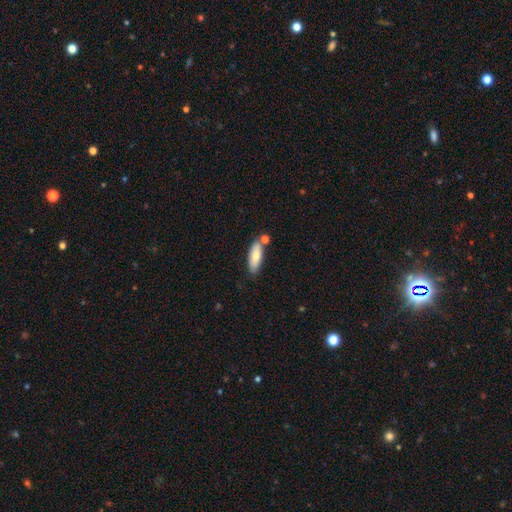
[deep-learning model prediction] Q: Smooth or featured?
A: smooth (74%); runner-up: featured or disk (20%)
Q: How rounded?
A: in between (64%); runner-up: cigar-shaped (34%)
Q: Merging?
A: none (68%); runner-up: minor disturbance (15%)